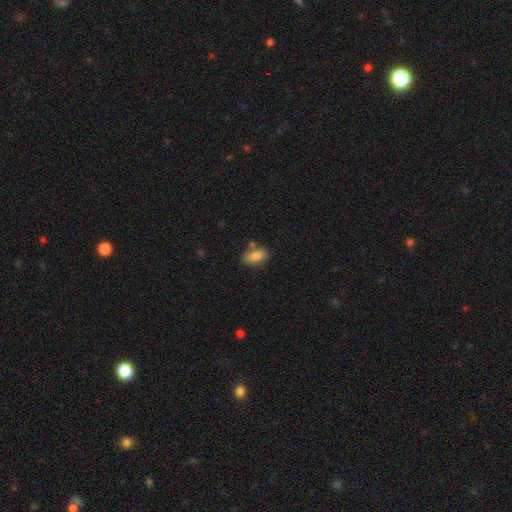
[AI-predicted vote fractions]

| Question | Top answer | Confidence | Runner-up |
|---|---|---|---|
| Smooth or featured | smooth | 83% | featured or disk (9%) |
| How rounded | in between | 85% | cigar-shaped (11%) |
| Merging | none | 63% | minor disturbance (20%) |